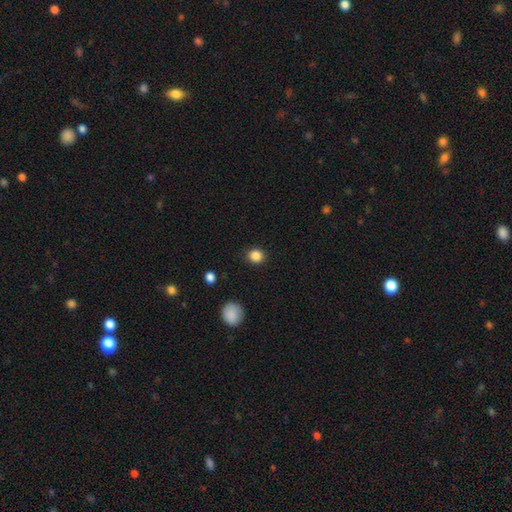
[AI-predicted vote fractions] smooth_or_featured: smooth (p=0.86) [alt: star or artifact p=0.11]
how_rounded: round (p=0.84) [alt: in between p=0.15]
merging: none (p=0.89) [alt: minor disturbance p=0.07]